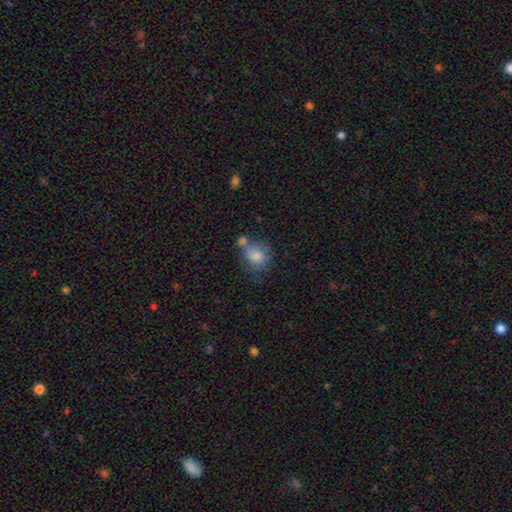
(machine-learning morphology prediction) Smooth or featured? smooth (77%)
How rounded? round (67%)
Merging? none (45%)